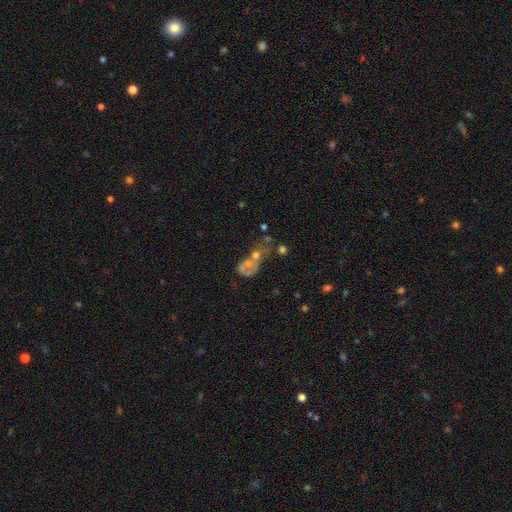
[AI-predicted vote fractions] Smooth or featured? featured or disk (44%)
Merging? merger (33%)